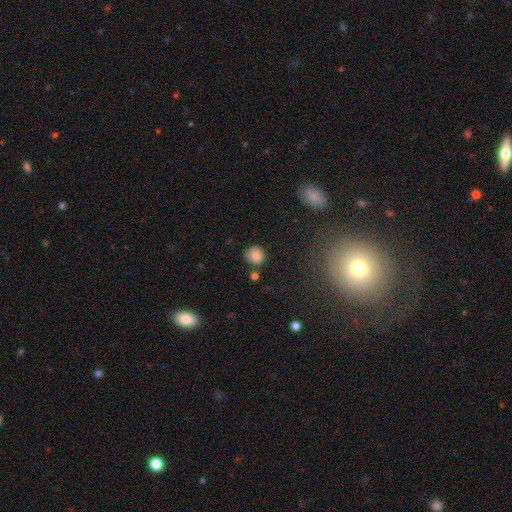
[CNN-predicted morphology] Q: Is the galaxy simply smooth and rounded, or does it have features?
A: smooth — 82%.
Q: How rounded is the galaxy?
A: round — 81%.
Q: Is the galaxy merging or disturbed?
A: none — 71%.